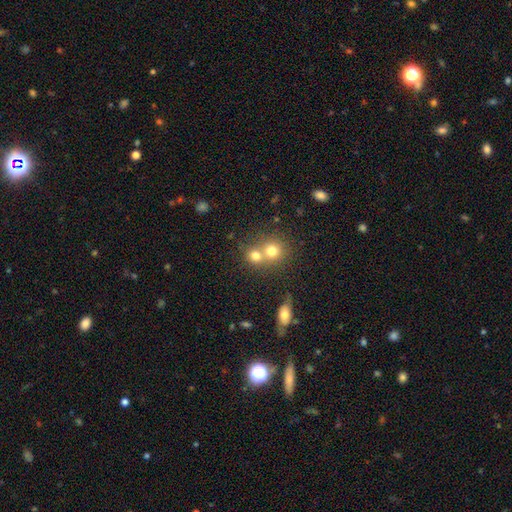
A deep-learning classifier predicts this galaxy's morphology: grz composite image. It shows a smooth galaxy with no disk features (75%) that is round (80%). Merging: merger (53%).